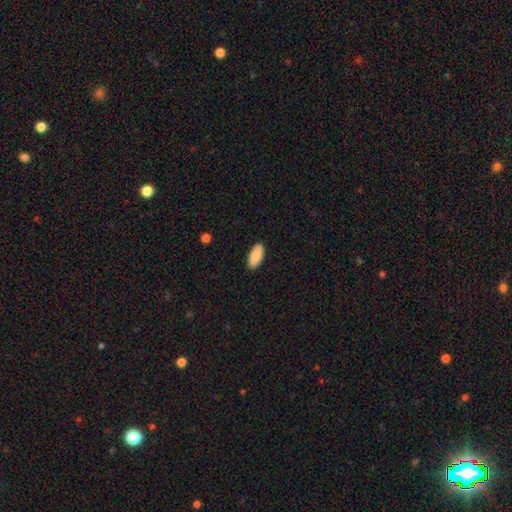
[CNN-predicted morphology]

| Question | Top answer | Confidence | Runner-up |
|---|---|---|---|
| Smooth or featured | smooth | 85% | featured or disk (9%) |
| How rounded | in between | 91% | cigar-shaped (7%) |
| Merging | none | 89% | minor disturbance (9%) |